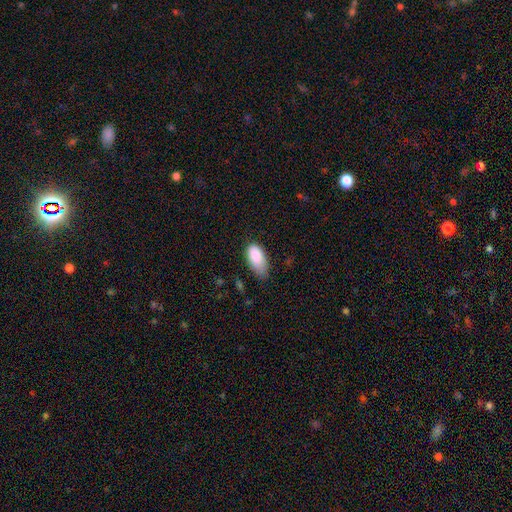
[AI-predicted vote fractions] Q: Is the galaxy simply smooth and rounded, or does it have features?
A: smooth — 86%.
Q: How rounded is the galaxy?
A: in between — 93%.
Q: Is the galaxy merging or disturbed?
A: none — 46%.